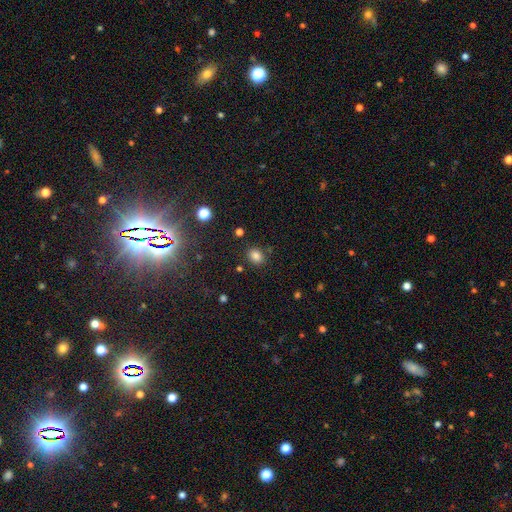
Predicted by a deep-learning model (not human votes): Morphology: type=smooth (81%); roundness=in between (52%); merging=none (83%).